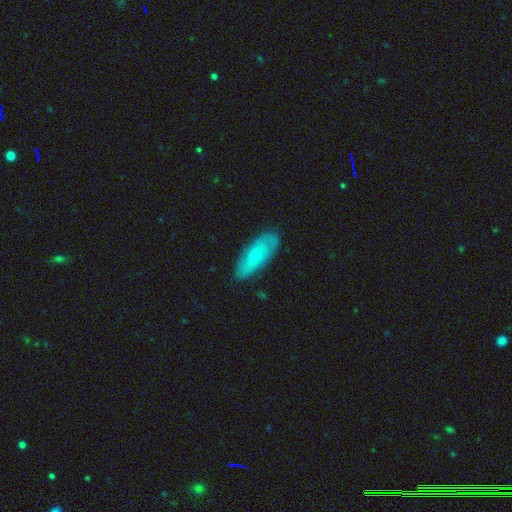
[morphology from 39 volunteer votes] Smooth or featured: smooth — 64% (featured or disk — 26%)
How rounded: in between — 80% (cigar-shaped — 20%)
Merging: none — 69% (minor disturbance — 26%)